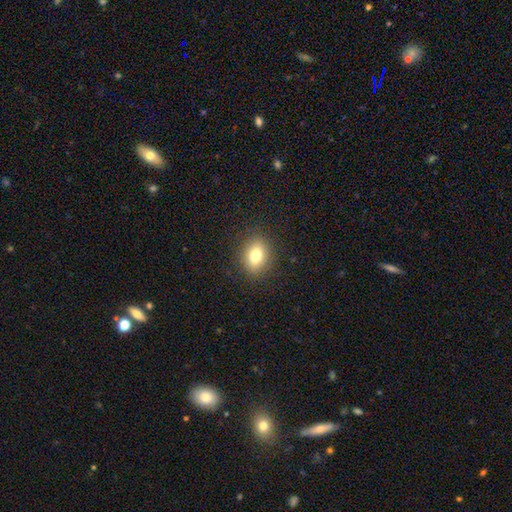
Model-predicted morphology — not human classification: This is likely a smooth galaxy (78%). How rounded: likely in between (63%). Merging: clearly none (88%).